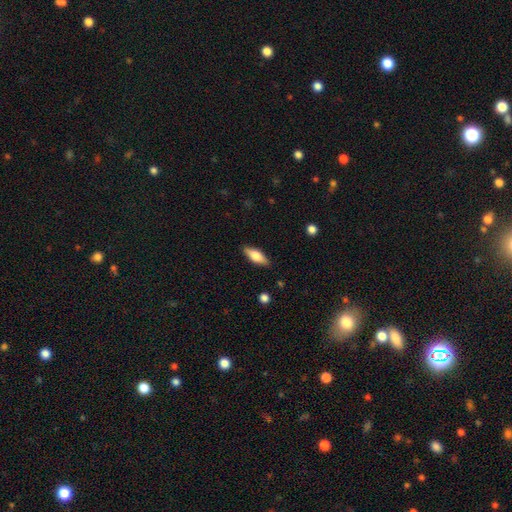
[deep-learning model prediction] smooth_or_featured: smooth (p=0.64) [alt: featured or disk p=0.30]
how_rounded: in between (p=0.67) [alt: cigar-shaped p=0.30]
merging: none (p=0.87) [alt: minor disturbance p=0.10]